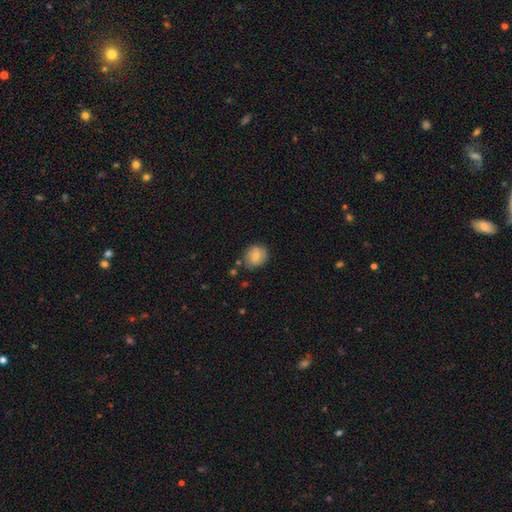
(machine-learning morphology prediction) smooth_or_featured: smooth (p=0.77) [alt: featured or disk p=0.15]
how_rounded: round (p=0.74) [alt: in between p=0.25]
merging: none (p=0.77) [alt: minor disturbance p=0.16]